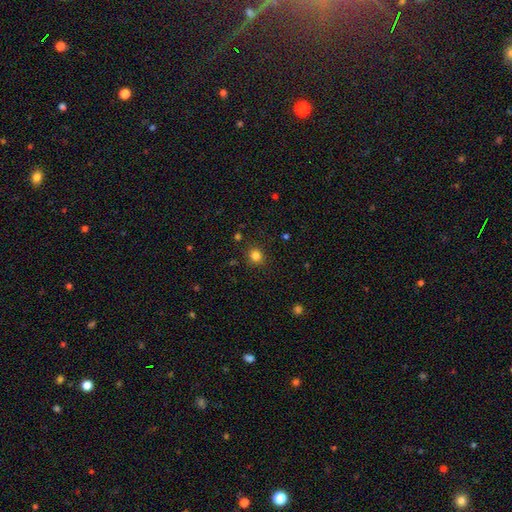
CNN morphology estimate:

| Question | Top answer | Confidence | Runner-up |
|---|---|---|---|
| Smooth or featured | smooth | 82% | star or artifact (13%) |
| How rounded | round | 80% | in between (19%) |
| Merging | none | 88% | minor disturbance (8%) |